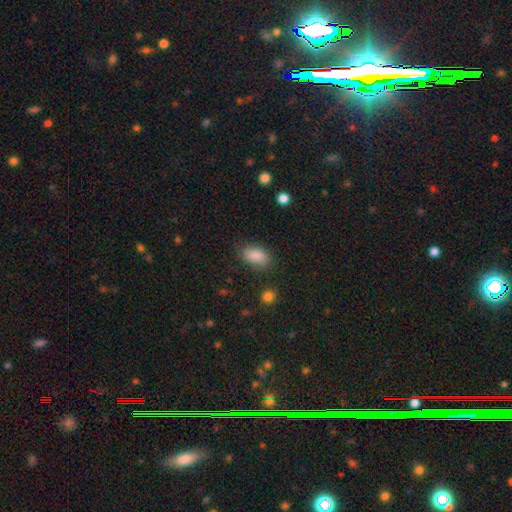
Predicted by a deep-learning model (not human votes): smooth-or-featured: smooth: 87% | star or artifact: 8% | featured or disk: 5%
  how-rounded: in between: 90% | round: 8% | cigar-shaped: 2%
  merging: none: 76% | minor disturbance: 17% | major disturbance: 5% | merger: 2%